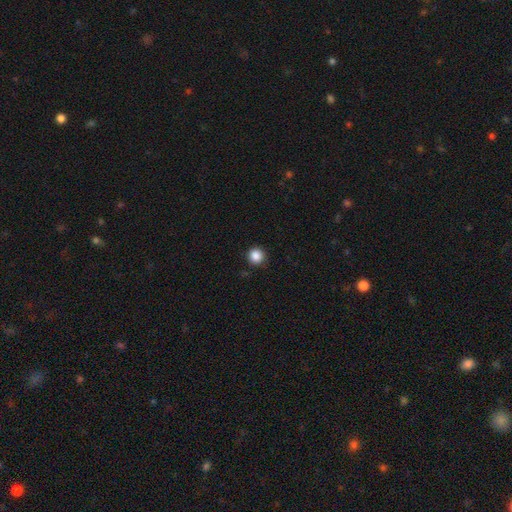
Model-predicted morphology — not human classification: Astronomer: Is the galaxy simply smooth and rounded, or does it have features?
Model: smooth — 87%.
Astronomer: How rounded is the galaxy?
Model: round — 94%.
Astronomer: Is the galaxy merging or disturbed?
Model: none — 91%.